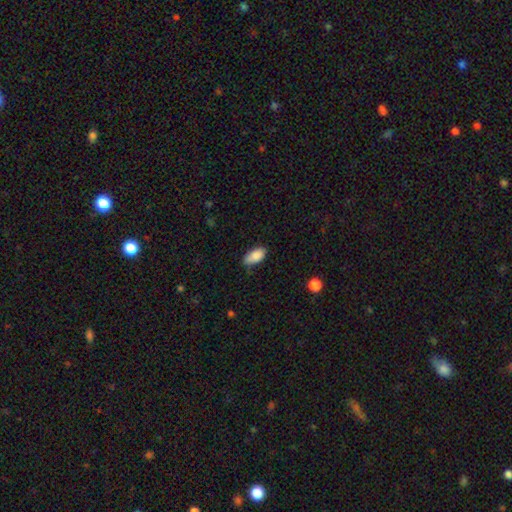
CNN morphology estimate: smooth 88%, star or artifact 7%, featured or disk 5%. Down the decision tree: how rounded — in between (93%); merging — none (68%).